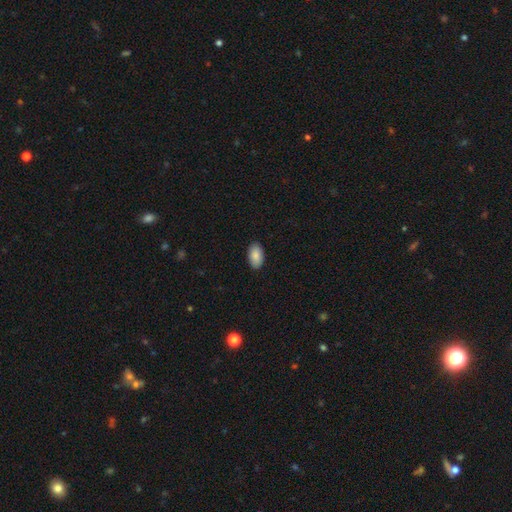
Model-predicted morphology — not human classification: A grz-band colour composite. It shows a smooth galaxy with no disk features (87%) that is in between round and cigar-shaped (95%). Merging: none (89%).